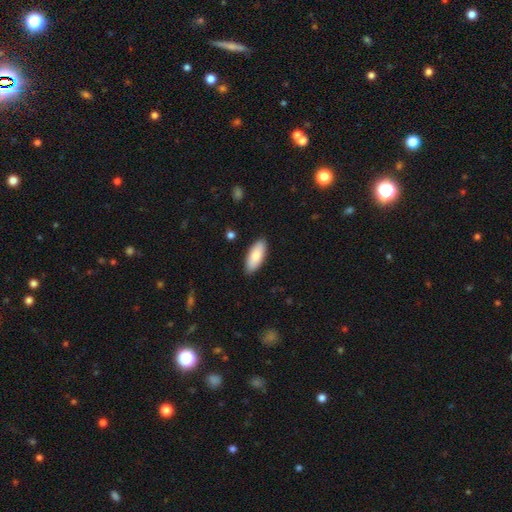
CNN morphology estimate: This appears to be a smooth galaxy with no disk features (83%) that is in between round and cigar-shaped (83%). Merging: none (89%).